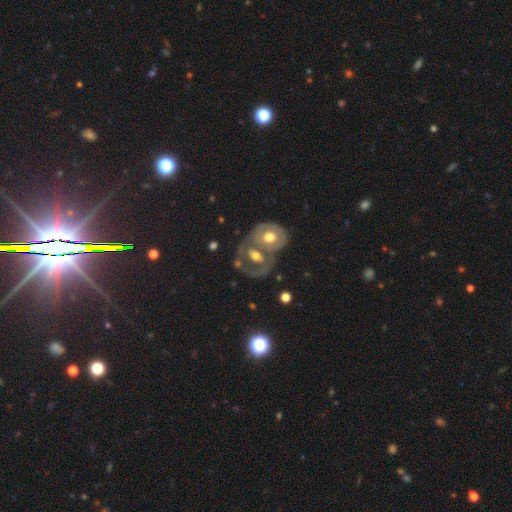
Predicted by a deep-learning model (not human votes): Overall: featured or disk (59%; smooth 34%). Edge-on disk: no (94%). Bar: no (76%). Spiral arms: no (73%). Bulge size: moderate (66%). Merging: merger (51%; none 30%).